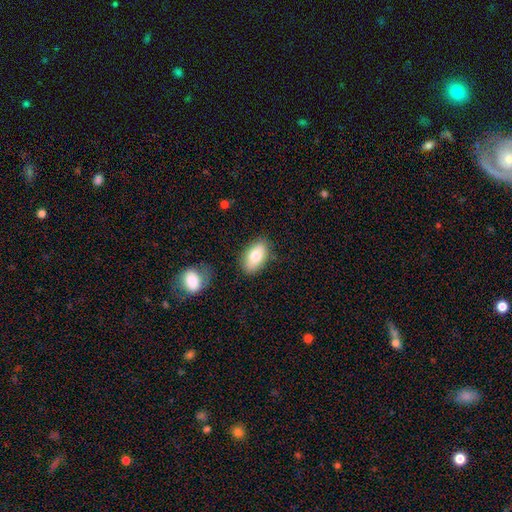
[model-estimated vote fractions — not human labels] Smooth or featured: smooth — 76% (featured or disk — 17%)
How rounded: in between — 92% (round — 5%)
Merging: none — 82% (minor disturbance — 12%)